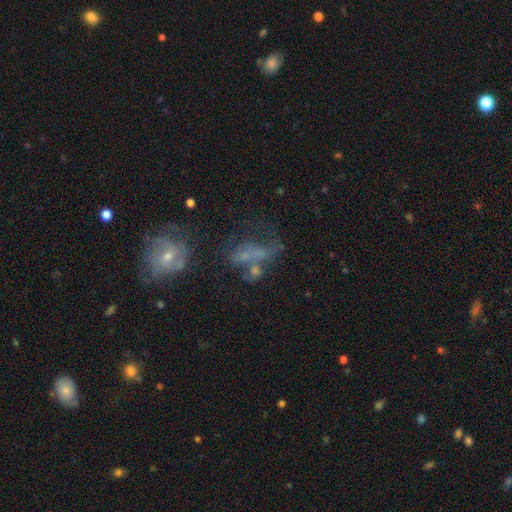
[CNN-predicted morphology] A featured or disk galaxy (43%). Merging: none (32%).